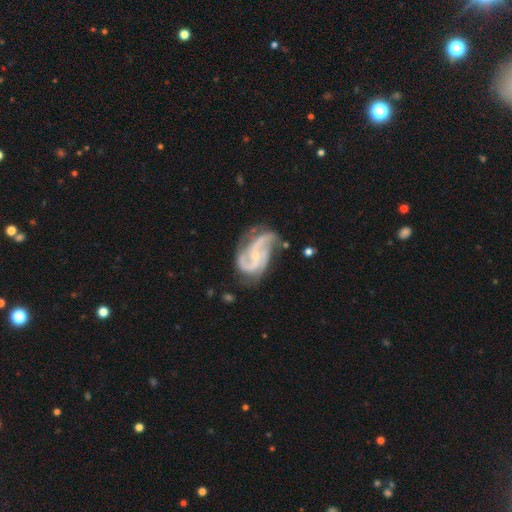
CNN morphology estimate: featured or disk 90%, smooth 5%, star or artifact 5%. Down the decision tree: edge-on disk — no (98%); bar — no (53%); spiral arms — yes (97%); spiral arm count — 2 (52%); spiral winding — medium (52%); bulge size — small (72%); merging — none (52%).